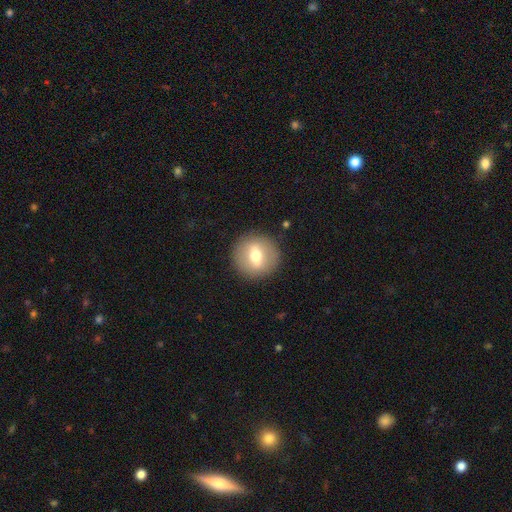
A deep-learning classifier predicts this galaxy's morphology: smooth 56%, featured or disk 36%, star or artifact 8%. Down the decision tree: how rounded — round (89%); merging — none (89%).